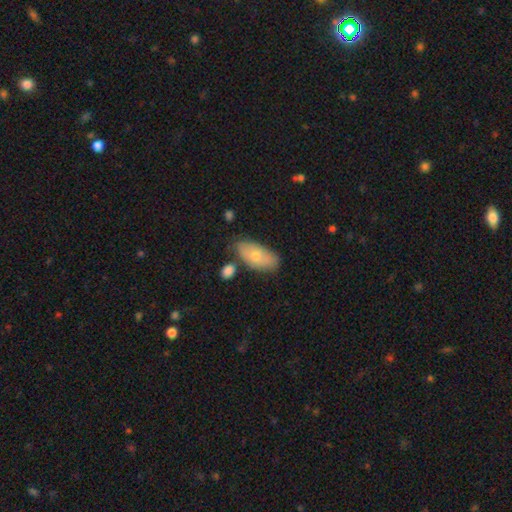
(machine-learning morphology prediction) Smooth or featured?
  - smooth: 72% *
  - featured or disk: 22%
  - star or artifact: 6%
How rounded?
  - in between: 92% *
  - cigar-shaped: 4%
  - round: 4%
Merging?
  - none: 65% *
  - minor disturbance: 22%
  - merger: 8%
  - major disturbance: 5%